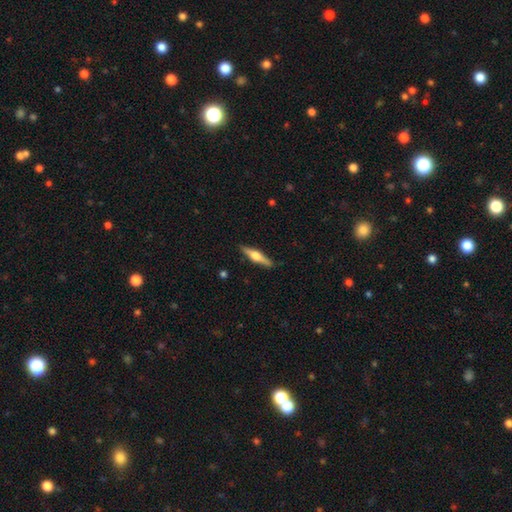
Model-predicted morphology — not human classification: Smooth or featured: featured or disk — 65% (smooth — 30%)
Edge-on disk: yes — 97% (no — 3%)
Edge-on bulge: rounded — 92% (boxy — 5%)
Merging: none — 89% (minor disturbance — 8%)